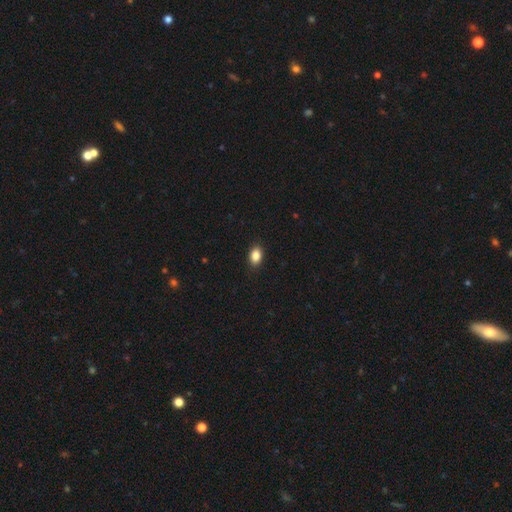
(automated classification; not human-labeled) smooth 88%, star or artifact 8%, featured or disk 4%. Down the decision tree: how rounded — in between (84%); merging — none (89%).